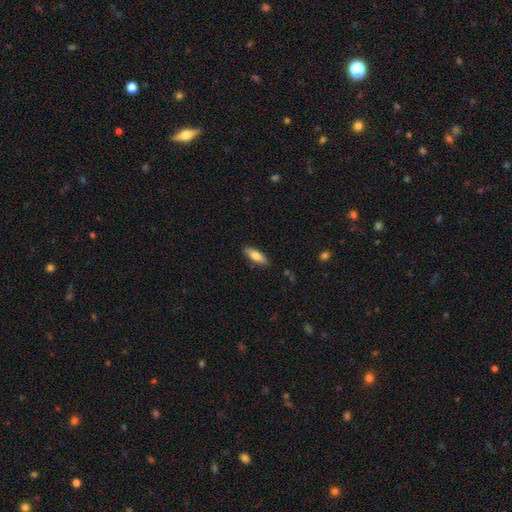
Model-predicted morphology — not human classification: Q: Smooth or featured?
A: smooth (74%); runner-up: featured or disk (20%)
Q: How rounded?
A: in between (55%); runner-up: cigar-shaped (44%)
Q: Merging?
A: none (86%); runner-up: minor disturbance (10%)